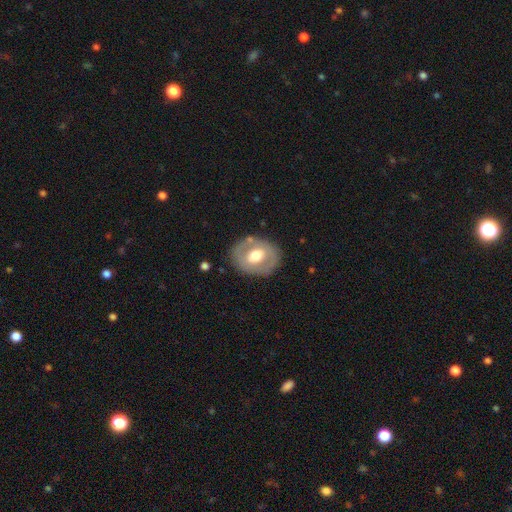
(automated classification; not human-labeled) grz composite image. It shows a featured or disk galaxy (50%). Merging: none (78%).